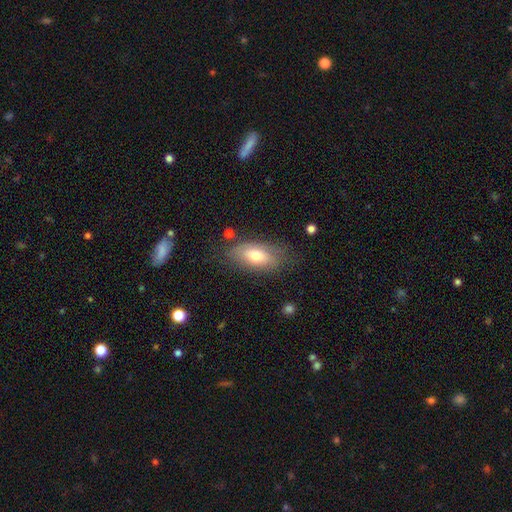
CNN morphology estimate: smooth_or_featured: smooth (p=0.68) [alt: featured or disk p=0.25]
how_rounded: in between (p=0.88) [alt: cigar-shaped p=0.08]
merging: none (p=0.71) [alt: minor disturbance p=0.20]